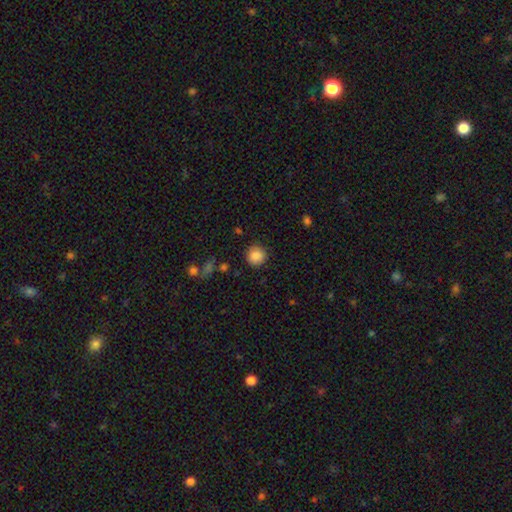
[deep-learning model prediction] smooth 87%, star or artifact 9%, featured or disk 3%. Down the decision tree: how rounded — round (91%); merging — none (87%).